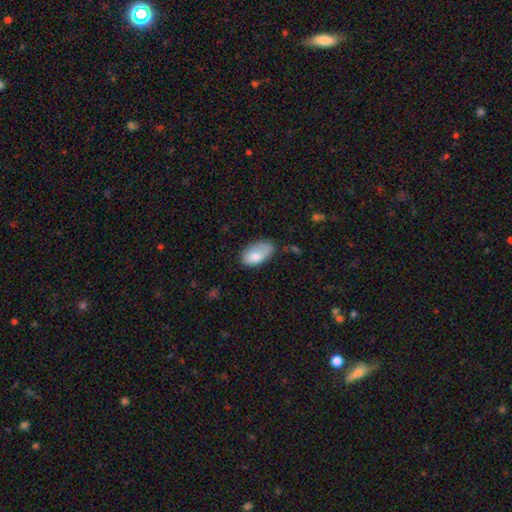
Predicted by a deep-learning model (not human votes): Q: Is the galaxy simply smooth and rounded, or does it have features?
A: smooth — 80%.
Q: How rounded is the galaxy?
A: in between — 94%.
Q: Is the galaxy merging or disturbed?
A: none — 50%.